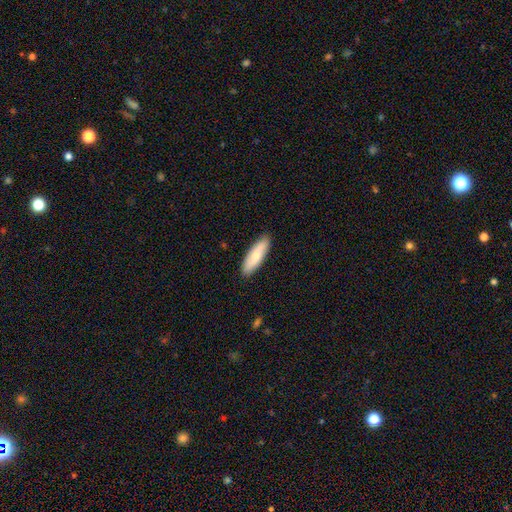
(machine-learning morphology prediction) smooth 70%, featured or disk 25%, star or artifact 5%. Down the decision tree: how rounded — cigar-shaped (51%); merging — none (89%).